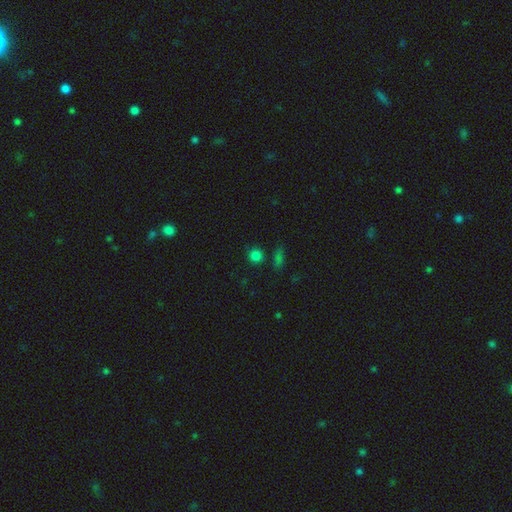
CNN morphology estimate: Overall: smooth (79%). How rounded: round (90%). Merging: none (82%).